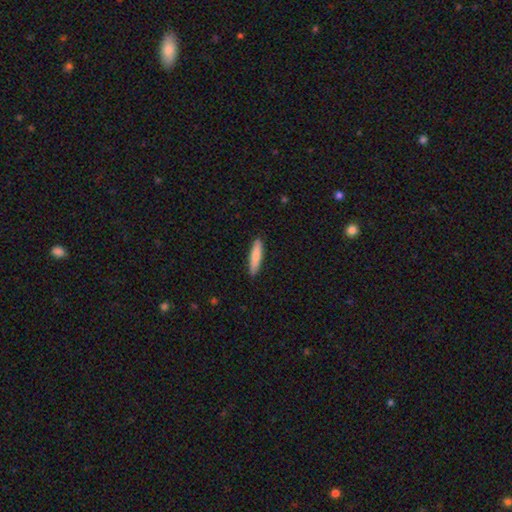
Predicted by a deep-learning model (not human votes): smooth_or_featured: smooth (p=0.83) [alt: featured or disk p=0.12]
how_rounded: cigar-shaped (p=0.81) [alt: in between p=0.17]
merging: none (p=0.88) [alt: minor disturbance p=0.10]